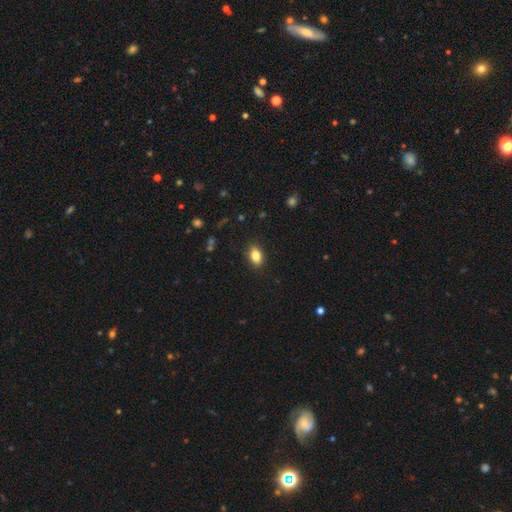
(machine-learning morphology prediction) A smooth galaxy with no disk features (84%) that is in between round and cigar-shaped (86%).

Vote fractions:
- Smooth or featured? smooth: 84% / star or artifact: 9% / featured or disk: 7%
- How rounded? in between: 86% / round: 12% / cigar-shaped: 3%
- Merging? none: 87% / minor disturbance: 10% / major disturbance: 2% / merger: 1%